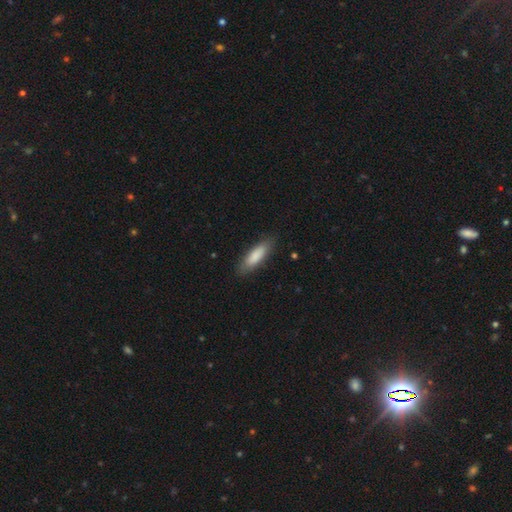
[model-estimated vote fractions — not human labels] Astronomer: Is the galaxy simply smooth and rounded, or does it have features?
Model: smooth — 85%.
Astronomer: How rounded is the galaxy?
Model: cigar-shaped — 50% (runner-up: in between, 48%).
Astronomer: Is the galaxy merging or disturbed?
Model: none — 84%.